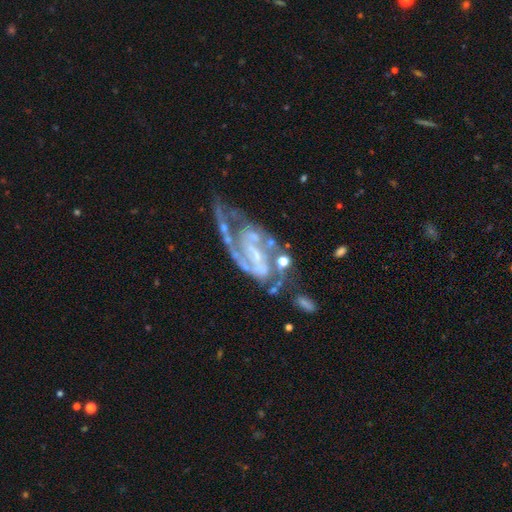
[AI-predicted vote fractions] A featured or disk galaxy (89%) with a weak bar (38%), 2 (75%) medium (49%) spiral arms (94%) and a small central bulge (57%). Merging: none (43%).